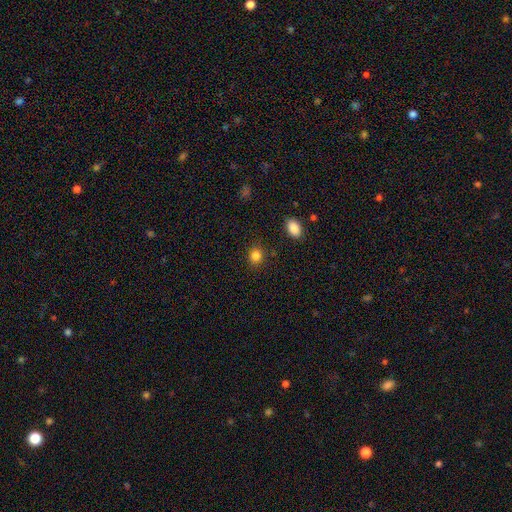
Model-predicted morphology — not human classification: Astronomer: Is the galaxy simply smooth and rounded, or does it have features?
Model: smooth — 84%.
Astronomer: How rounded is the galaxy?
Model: round — 71%.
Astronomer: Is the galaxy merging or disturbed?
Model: none — 85%.